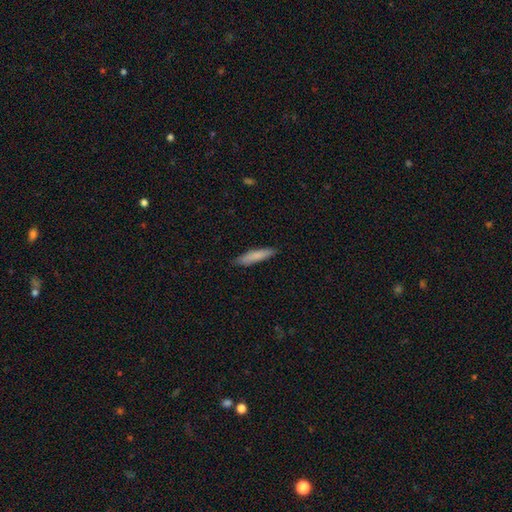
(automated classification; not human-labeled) This appears to be a smooth galaxy with no disk features (81%) that is cigar-shaped (85%). Merging: none (87%).